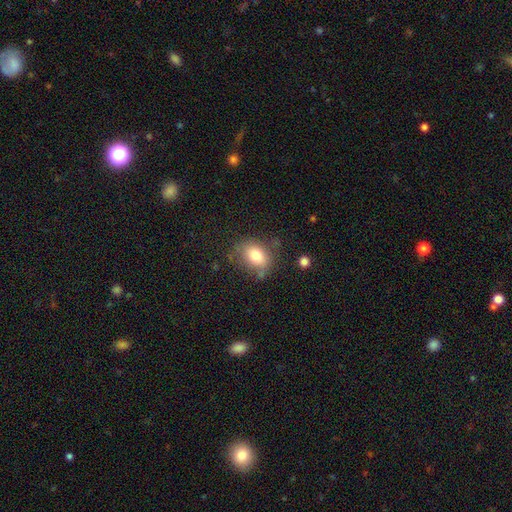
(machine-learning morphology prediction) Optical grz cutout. It shows a smooth galaxy with no disk features (78%) that is in between round and cigar-shaped (72%). Merging: none (64%).